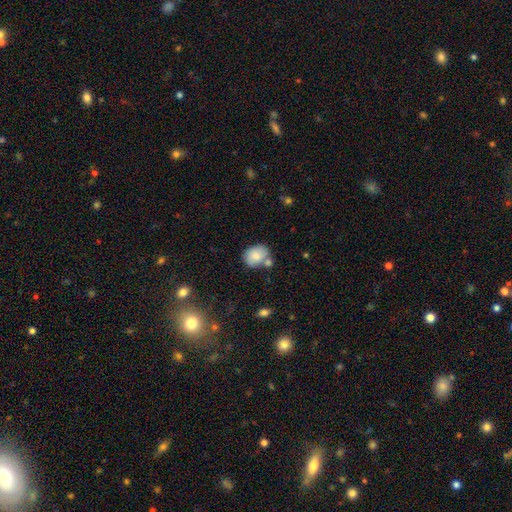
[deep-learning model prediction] smooth 81%, featured or disk 12%, star or artifact 8%. Down the decision tree: how rounded — in between (56%); merging — none (57%).